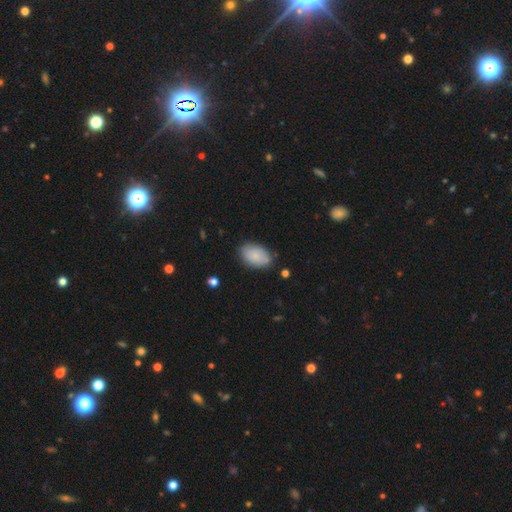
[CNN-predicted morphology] smooth 84%, featured or disk 10%, star or artifact 6%. Down the decision tree: how rounded — in between (93%); merging — none (79%).